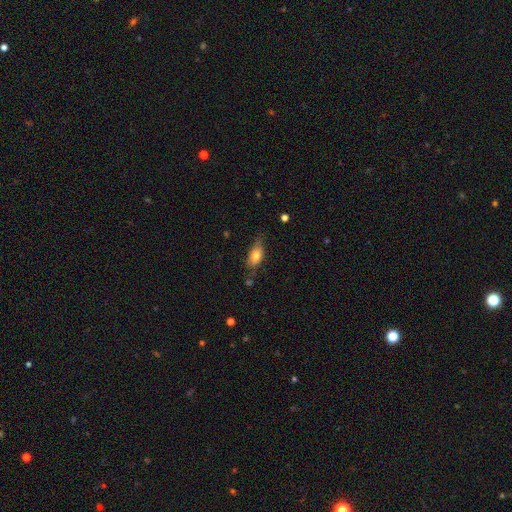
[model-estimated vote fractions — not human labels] smooth-or-featured: smooth: 72% | featured or disk: 20% | star or artifact: 8%
  how-rounded: in between: 81% | cigar-shaped: 13% | round: 5%
  merging: none: 61% | minor disturbance: 28% | major disturbance: 7% | merger: 4%